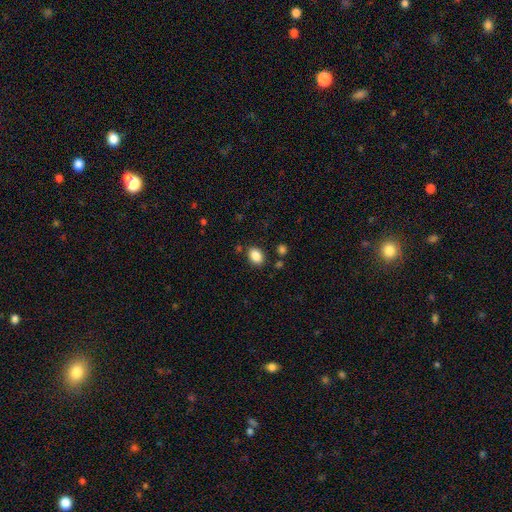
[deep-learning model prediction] Q: Smooth or featured?
A: smooth (87%); runner-up: star or artifact (9%)
Q: How rounded?
A: in between (75%); runner-up: round (24%)
Q: Merging?
A: none (83%); runner-up: minor disturbance (10%)